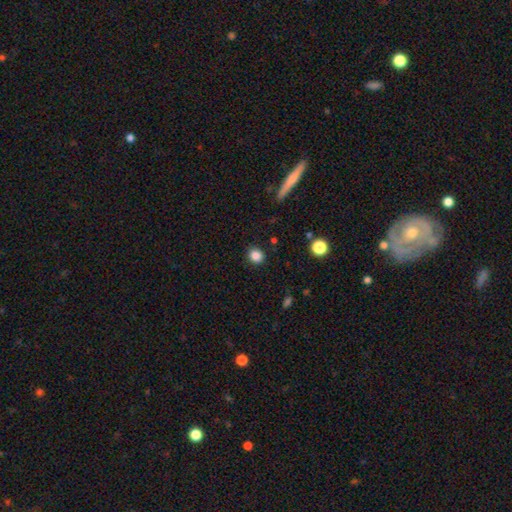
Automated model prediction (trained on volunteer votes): A smooth galaxy with no disk features (86%) that is round (77%).

Vote fractions:
- Smooth or featured? smooth: 86% / star or artifact: 10% / featured or disk: 4%
- How rounded? round: 77% / in between: 22% / cigar-shaped: 1%
- Merging? none: 89% / minor disturbance: 7% / major disturbance: 2% / merger: 1%